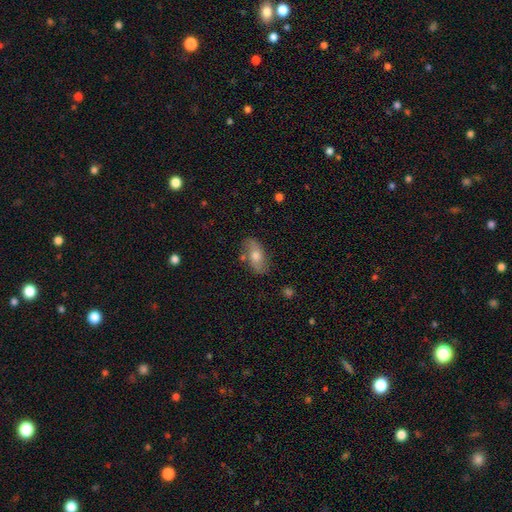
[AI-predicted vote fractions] Smooth or featured?
  - smooth: 53% *
  - featured or disk: 37%
  - star or artifact: 9%
How rounded?
  - in between: 87% *
  - cigar-shaped: 7%
  - round: 7%
Merging?
  - none: 77% *
  - minor disturbance: 16%
  - major disturbance: 4%
  - merger: 4%